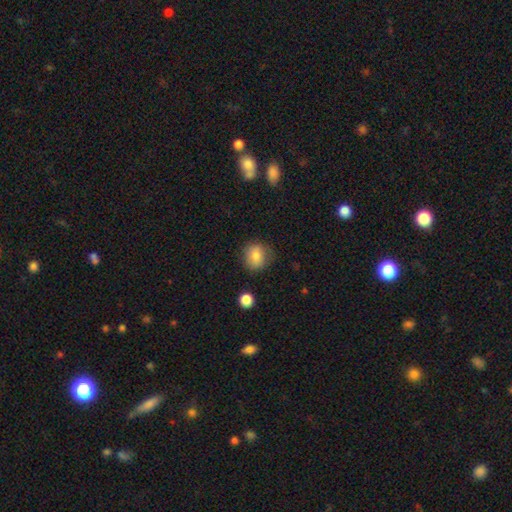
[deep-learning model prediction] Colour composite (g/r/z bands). It shows a smooth galaxy with no disk features (83%) that is round (74%). Merging: none (78%).